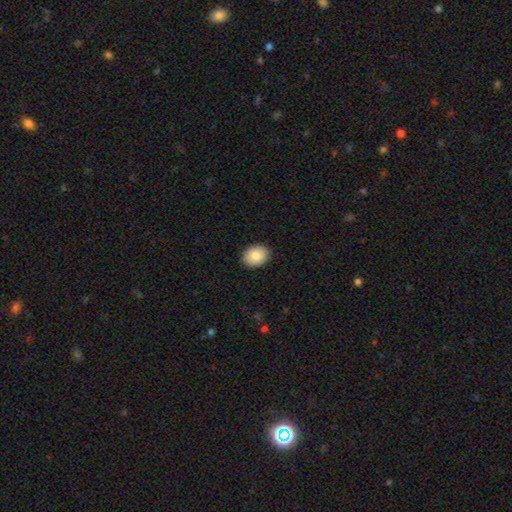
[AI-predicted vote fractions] Smooth or featured: smooth — 87% (star or artifact — 7%)
How rounded: in between — 66% (round — 33%)
Merging: none — 89% (minor disturbance — 8%)